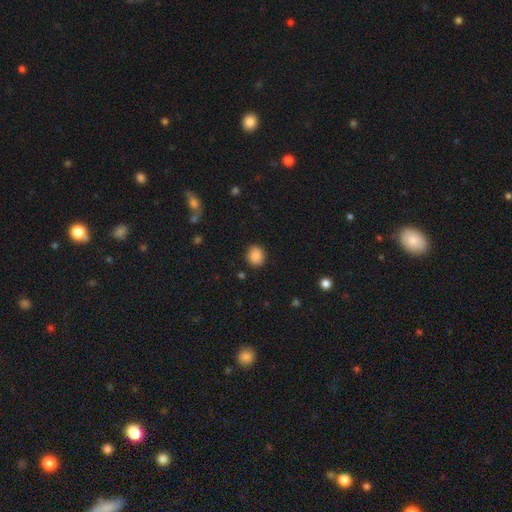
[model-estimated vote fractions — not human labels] Overall: smooth (87%). How rounded: round (76%). Merging: none (87%).